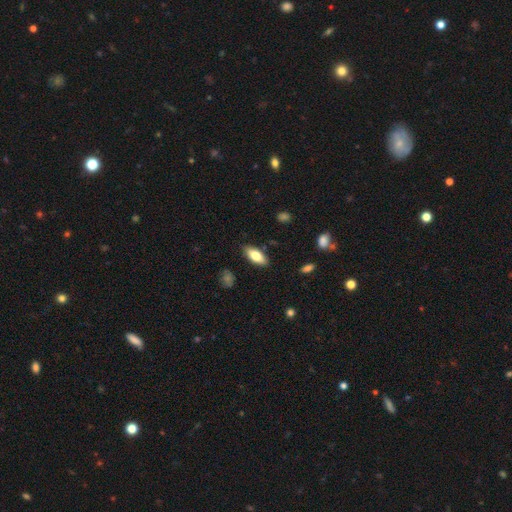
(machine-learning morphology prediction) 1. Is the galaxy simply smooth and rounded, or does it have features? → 75% smooth, 19% featured or disk, 6% star or artifact.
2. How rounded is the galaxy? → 81% in between, 17% cigar-shaped, 2% round.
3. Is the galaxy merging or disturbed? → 85% none, 11% minor disturbance, 2% major disturbance, 2% merger.